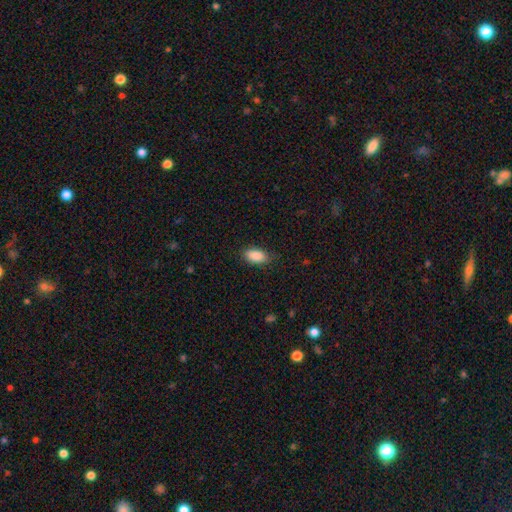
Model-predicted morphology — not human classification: Smooth or featured: smooth — 89% (star or artifact — 7%)
How rounded: in between — 92% (cigar-shaped — 5%)
Merging: none — 83% (minor disturbance — 13%)